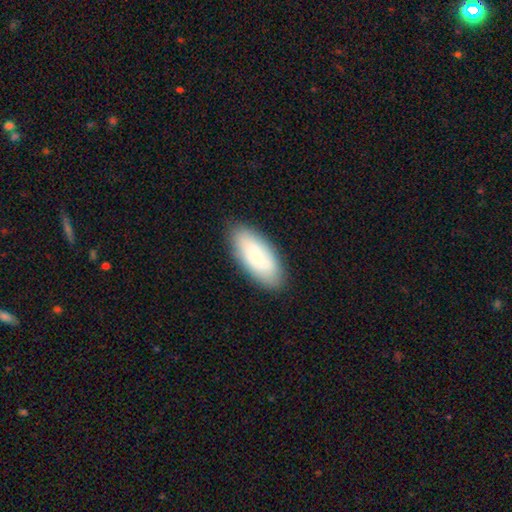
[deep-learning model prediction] Smooth or featured? Predicted: smooth (p=0.64). How rounded? Predicted: in between (p=0.84). Merging? Predicted: none (p=0.79).